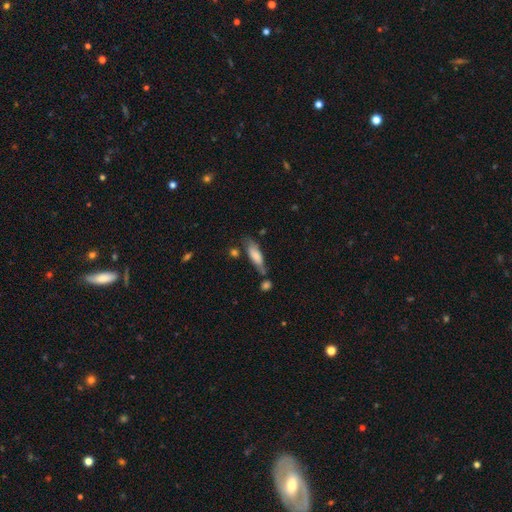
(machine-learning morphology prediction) Smooth or featured: smooth — 71% (featured or disk — 22%)
How rounded: in between — 50% (cigar-shaped — 48%)
Merging: none — 54% (minor disturbance — 24%)